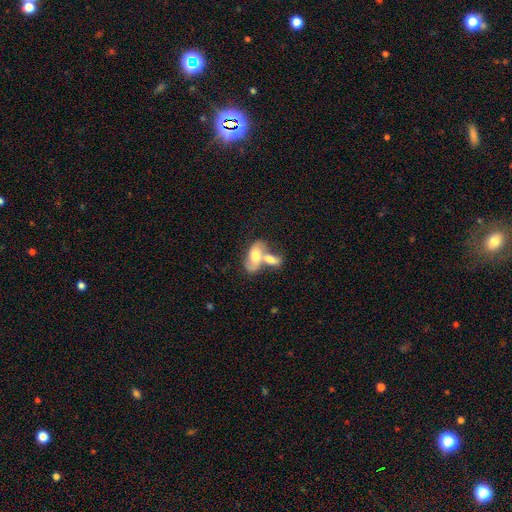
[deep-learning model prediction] This appears to be a smooth galaxy with no disk features (48%). Merging: merger (69%).